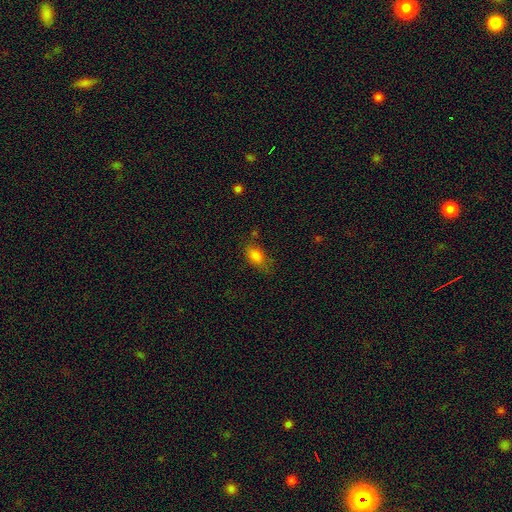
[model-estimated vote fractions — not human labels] smooth-or-featured: smooth: 81% | star or artifact: 11% | featured or disk: 9%
  how-rounded: in between: 85% | round: 10% | cigar-shaped: 5%
  merging: none: 62% | minor disturbance: 26% | major disturbance: 8% | merger: 4%